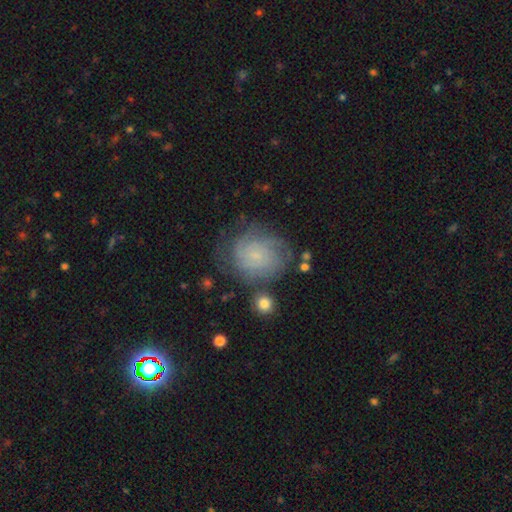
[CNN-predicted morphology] smooth-or-featured: featured or disk: 62% | smooth: 29% | star or artifact: 9%
  disk-edge-on: no: 97% | yes: 3%
    bar: no: 77% | weak: 20% | strong: 3%
    has-spiral-arms: yes: 88% | no: 12%
      spiral-winding: tight: 66% | medium: 25% | loose: 9%
      spiral-arm-count: can't tell: 49% | 2: 14% | 3: 14% | 4: 11% | more than 4: 6% | 1: 5%
    bulge-size: small: 78% | none: 11% | moderate: 9% | large: 1% | dominant: 1%
  merging: none: 63% | minor disturbance: 20% | major disturbance: 12% | merger: 4%